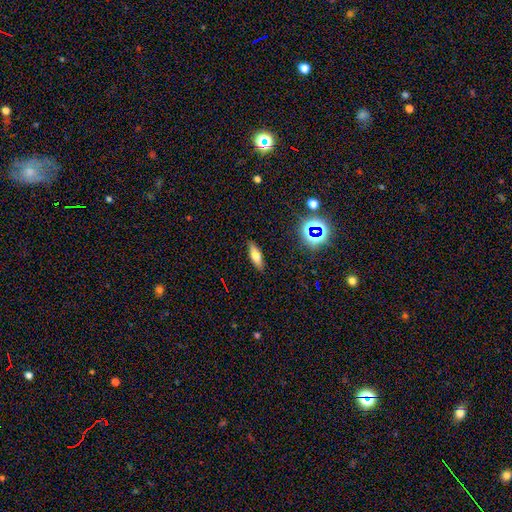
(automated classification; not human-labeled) Smooth or featured?
  - smooth: 64% *
  - featured or disk: 23%
  - star or artifact: 13%
How rounded?
  - in between: 59% *
  - cigar-shaped: 37%
  - round: 4%
Merging?
  - none: 87% *
  - minor disturbance: 9%
  - major disturbance: 2%
  - merger: 1%